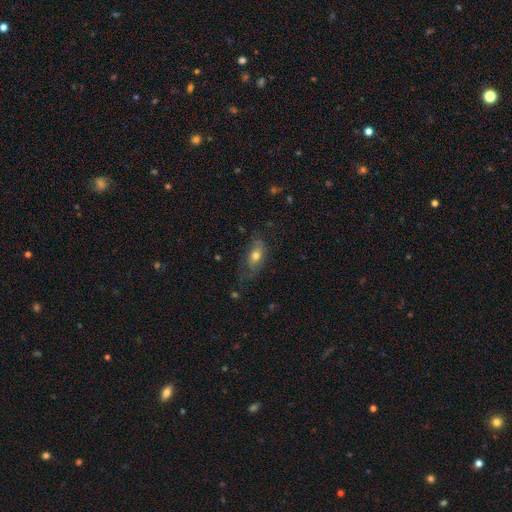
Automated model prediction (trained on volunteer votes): Q: Smooth or featured?
A: smooth (63%); runner-up: featured or disk (28%)
Q: How rounded?
A: in between (82%); runner-up: cigar-shaped (11%)
Q: Merging?
A: none (52%); runner-up: minor disturbance (28%)